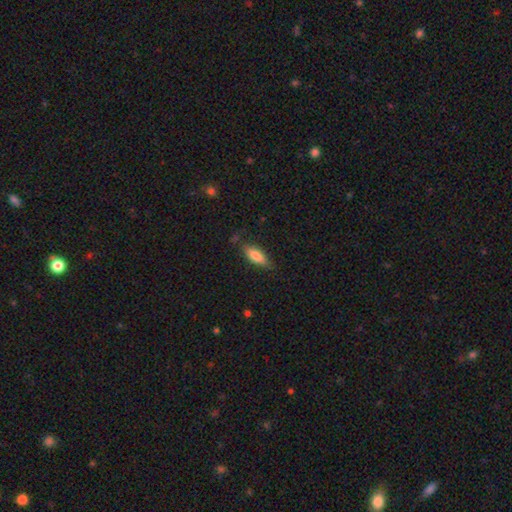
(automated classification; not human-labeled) This is likely a smooth galaxy (80%). How rounded: likely in between (66%). Merging: likely none (77%).